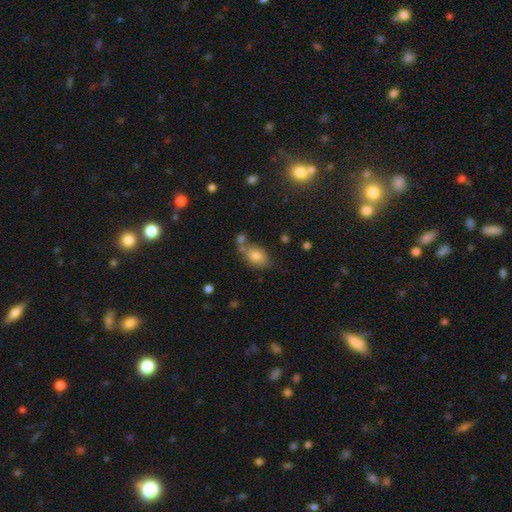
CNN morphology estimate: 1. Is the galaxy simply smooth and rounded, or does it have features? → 78% smooth, 12% featured or disk, 10% star or artifact.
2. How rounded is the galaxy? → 84% in between, 14% round, 2% cigar-shaped.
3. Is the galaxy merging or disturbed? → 58% none, 18% merger, 18% minor disturbance, 6% major disturbance.